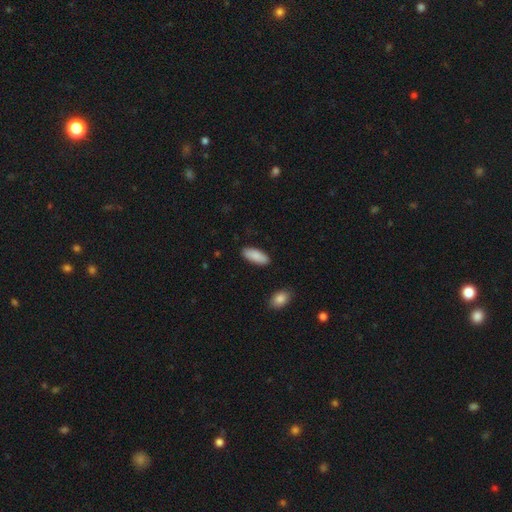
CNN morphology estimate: Overall: smooth (88%). How rounded: in between (82%). Merging: none (88%).